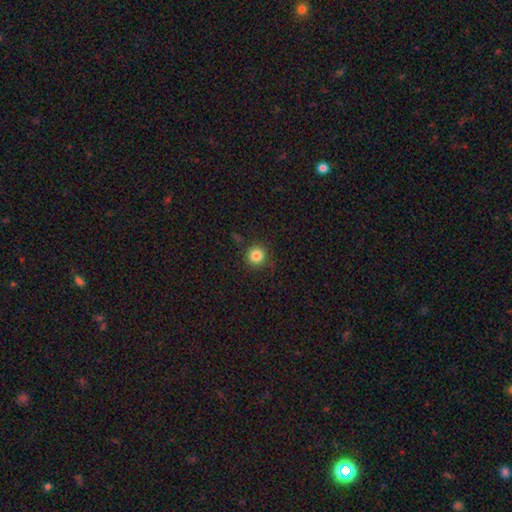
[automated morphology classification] A smooth galaxy with no disk features (83%) that is round (94%).

Vote fractions:
- Smooth or featured? smooth: 83% / star or artifact: 11% / featured or disk: 5%
- How rounded? round: 94% / in between: 5% / cigar-shaped: 1%
- Merging? none: 88% / minor disturbance: 8% / major disturbance: 3% / merger: 2%